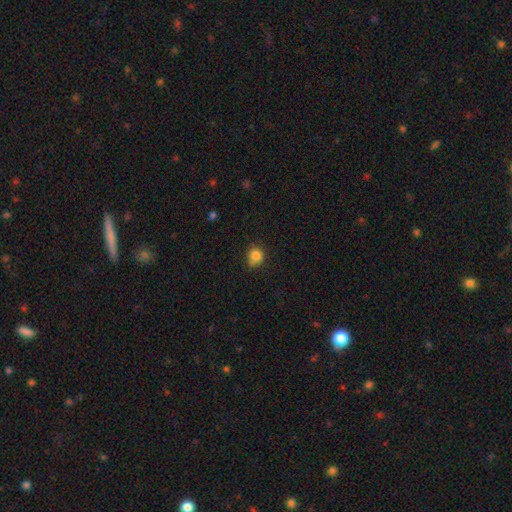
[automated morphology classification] type=smooth (84%); roundness=round (84%); merging=none (70%).